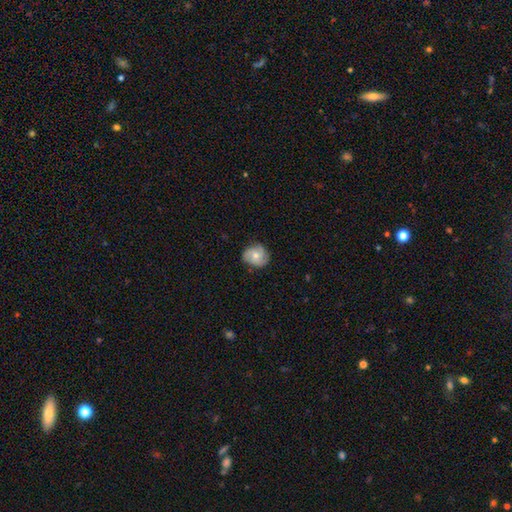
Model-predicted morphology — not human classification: A featured or disk galaxy (49%).

Vote fractions:
- Smooth or featured? featured or disk: 49% / smooth: 44% / star or artifact: 8%
- Merging? none: 71% / minor disturbance: 23% / major disturbance: 5% / merger: 1%